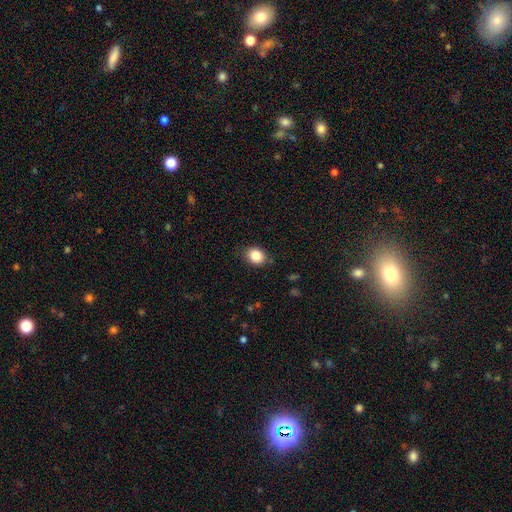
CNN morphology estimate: Smooth or featured? smooth (86%)
How rounded? in between (52%)
Merging? none (82%)